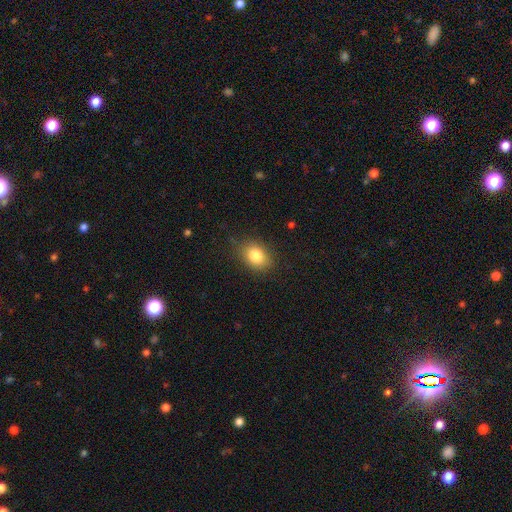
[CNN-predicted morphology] smooth-or-featured: smooth: 83% | star or artifact: 9% | featured or disk: 8%
  how-rounded: in between: 65% | round: 34% | cigar-shaped: 1%
  merging: none: 79% | minor disturbance: 16% | major disturbance: 4% | merger: 1%